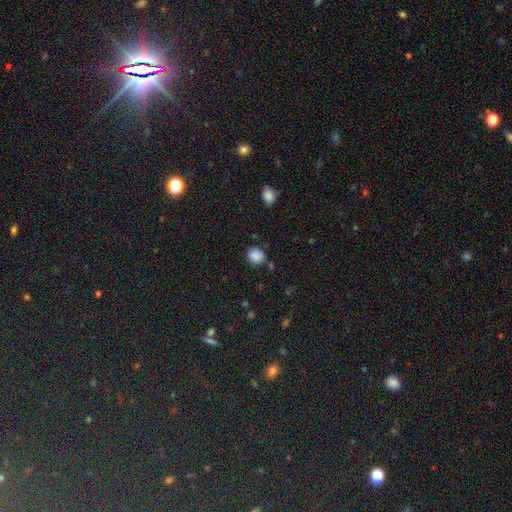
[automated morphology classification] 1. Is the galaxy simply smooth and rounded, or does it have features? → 87% smooth, 10% star or artifact, 4% featured or disk.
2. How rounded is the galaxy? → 76% round, 23% in between, 1% cigar-shaped.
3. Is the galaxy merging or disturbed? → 81% none, 12% minor disturbance, 4% merger, 3% major disturbance.